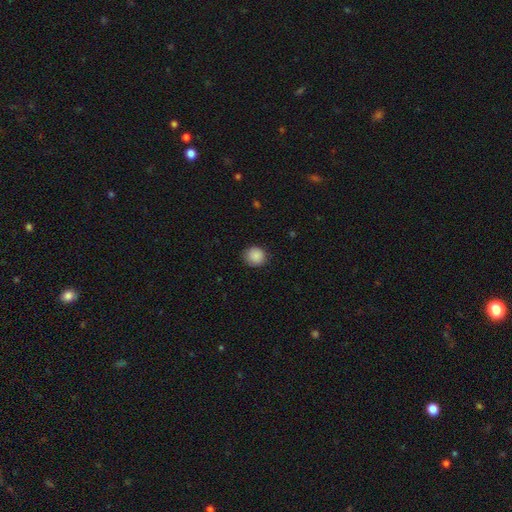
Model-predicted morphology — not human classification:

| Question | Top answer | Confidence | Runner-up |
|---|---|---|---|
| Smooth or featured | smooth | 89% | star or artifact (8%) |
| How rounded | round | 89% | in between (10%) |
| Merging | none | 87% | minor disturbance (10%) |